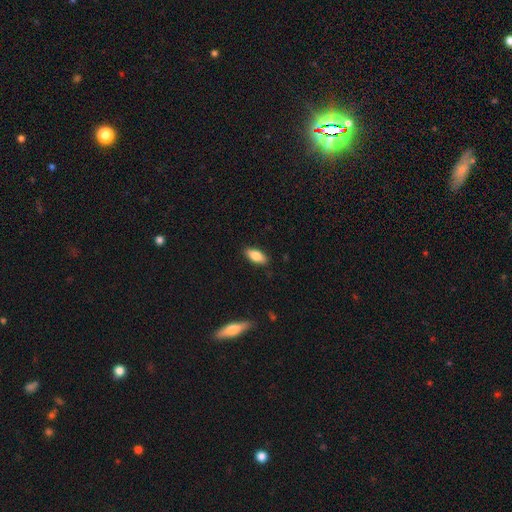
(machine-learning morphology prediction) The model was most divided on "how rounded": in between: 84%, cigar-shaped: 13%, round: 2%. More confident: merging — none (87%); smooth or featured — smooth (82%).